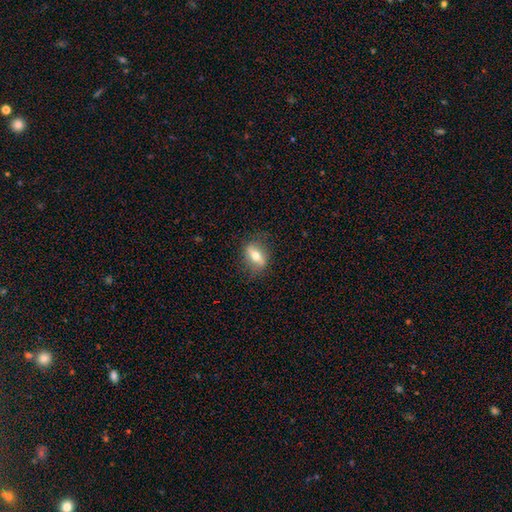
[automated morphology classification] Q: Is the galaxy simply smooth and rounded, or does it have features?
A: featured or disk — 47%.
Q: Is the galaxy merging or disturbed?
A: none — 78%.